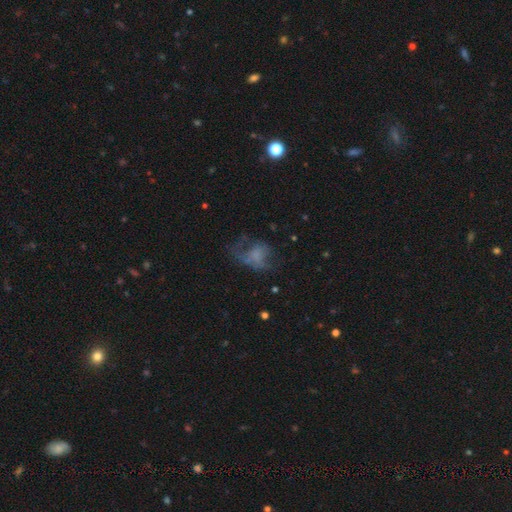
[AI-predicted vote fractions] The model was most divided on "smooth or featured": smooth: 43%, featured or disk: 41%, star or artifact: 15%. Remaining: merging — major disturbance (48%).